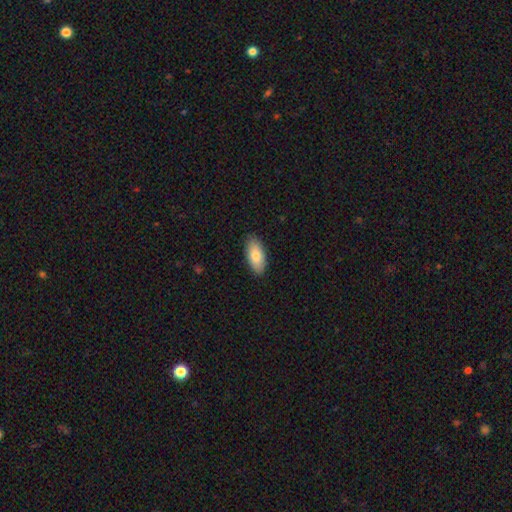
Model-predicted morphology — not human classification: Smooth or featured: smooth — 81% (featured or disk — 14%)
How rounded: in between — 90% (cigar-shaped — 8%)
Merging: none — 88% (minor disturbance — 9%)